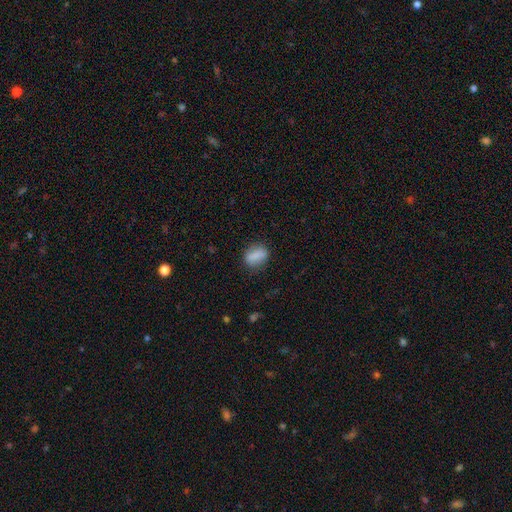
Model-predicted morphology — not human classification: smooth 80%, featured or disk 12%, star or artifact 8%. Down the decision tree: how rounded — in between (68%); merging — none (80%).